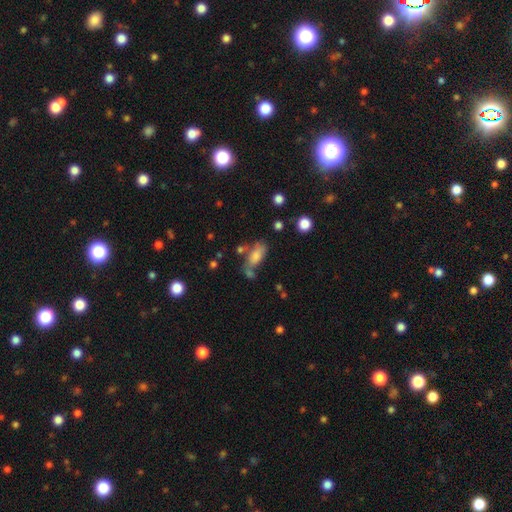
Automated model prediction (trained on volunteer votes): Smooth or featured?
  - smooth: 76% *
  - featured or disk: 14%
  - star or artifact: 9%
How rounded?
  - in between: 87% *
  - cigar-shaped: 9%
  - round: 4%
Merging?
  - none: 48% *
  - minor disturbance: 22%
  - merger: 19%
  - major disturbance: 12%